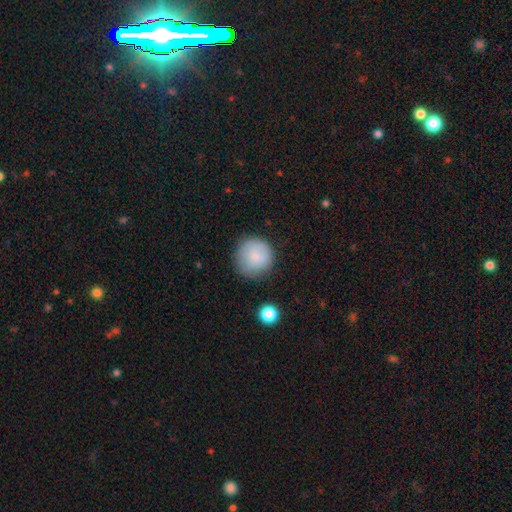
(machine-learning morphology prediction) smooth 83%, featured or disk 9%, star or artifact 8%. Down the decision tree: how rounded — round (94%); merging — none (80%).